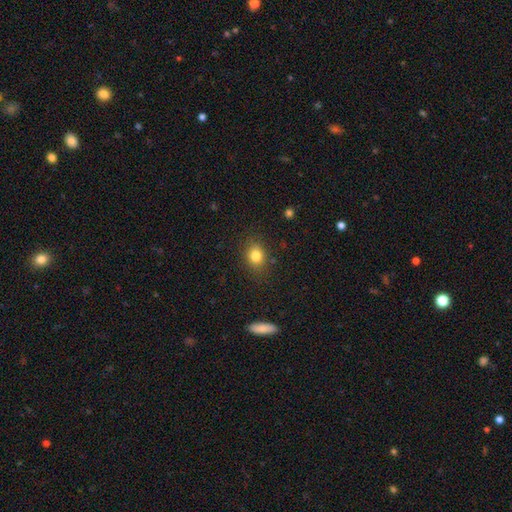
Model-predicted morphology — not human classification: The model was most divided on "how rounded": round: 56%, in between: 43%, cigar-shaped: 1%. More confident: merging — none (84%); smooth or featured — smooth (81%).